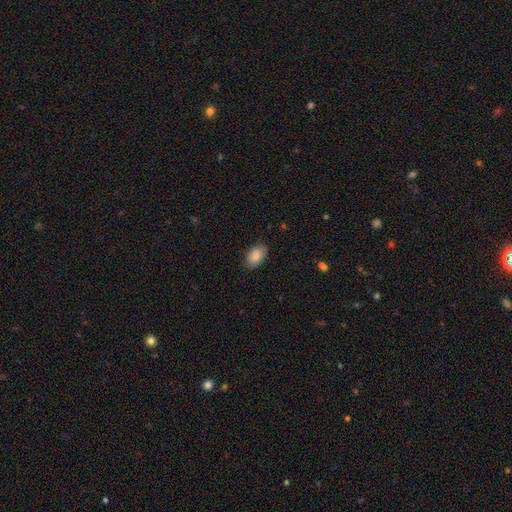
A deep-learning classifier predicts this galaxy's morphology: A smooth galaxy with no disk features (87%) that is in between round and cigar-shaped (93%). Merging: none (85%).